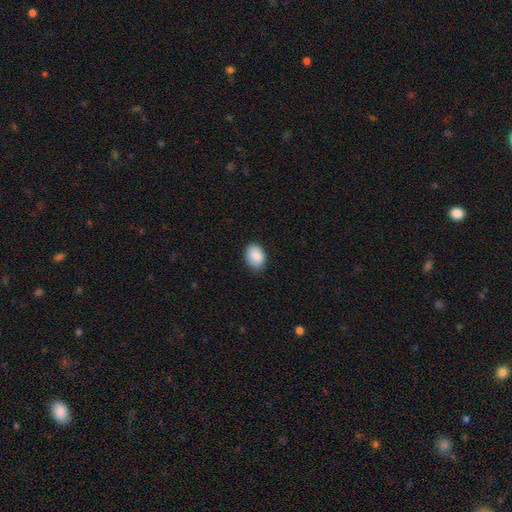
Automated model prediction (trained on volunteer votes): This is clearly a smooth galaxy (88%). How rounded: likely in between (74%). Merging: clearly none (83%).